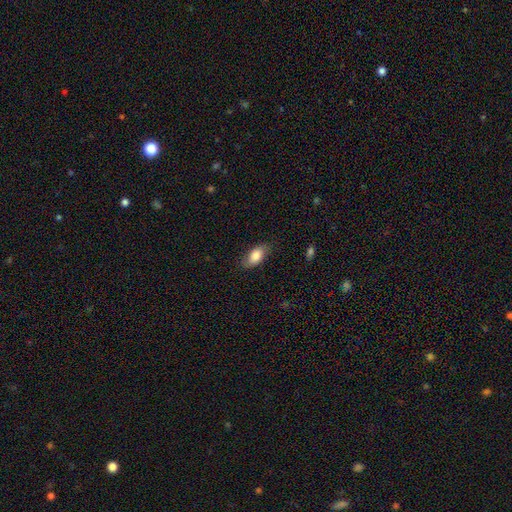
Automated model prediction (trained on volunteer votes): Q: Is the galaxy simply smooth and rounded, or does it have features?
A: smooth — 81%.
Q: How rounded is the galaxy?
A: in between — 90%.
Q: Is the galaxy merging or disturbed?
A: none — 79%.